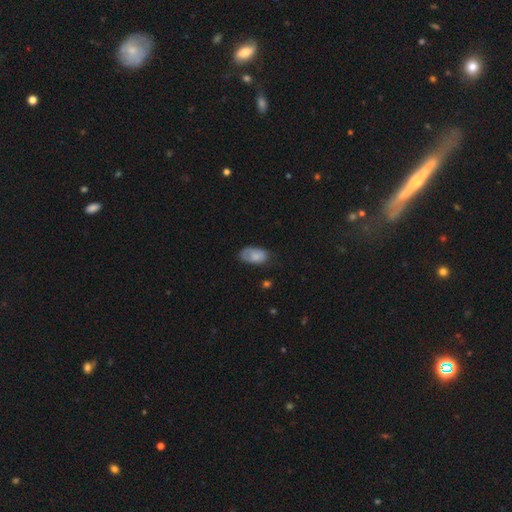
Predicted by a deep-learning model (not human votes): A smooth galaxy with no disk features (76%) that is in between round and cigar-shaped (92%). Merging: none (55%).